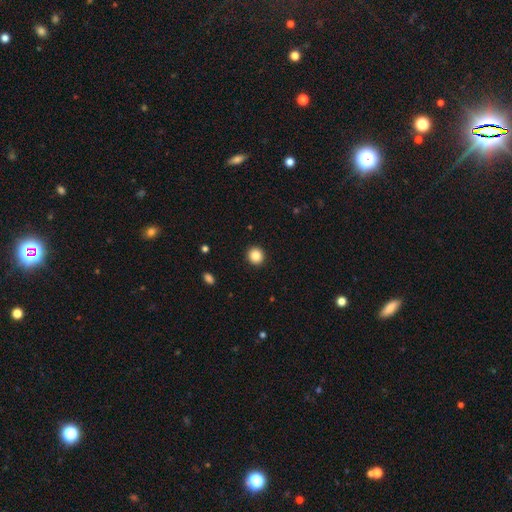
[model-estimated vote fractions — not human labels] Morphology: type=smooth (86%); roundness=round (91%); merging=none (93%).